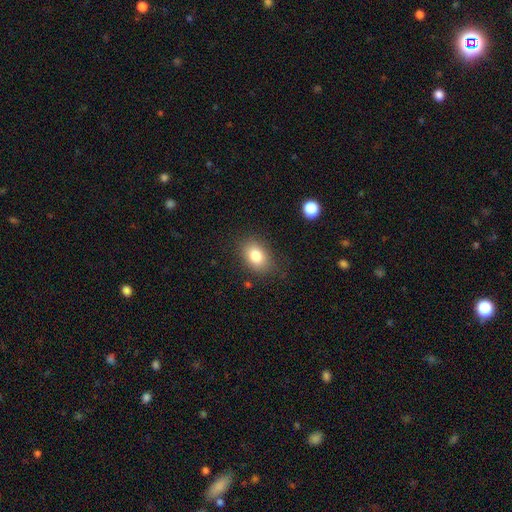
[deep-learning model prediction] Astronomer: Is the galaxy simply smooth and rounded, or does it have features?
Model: smooth — 81%.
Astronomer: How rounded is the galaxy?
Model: in between — 76%.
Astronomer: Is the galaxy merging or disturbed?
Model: none — 80%.